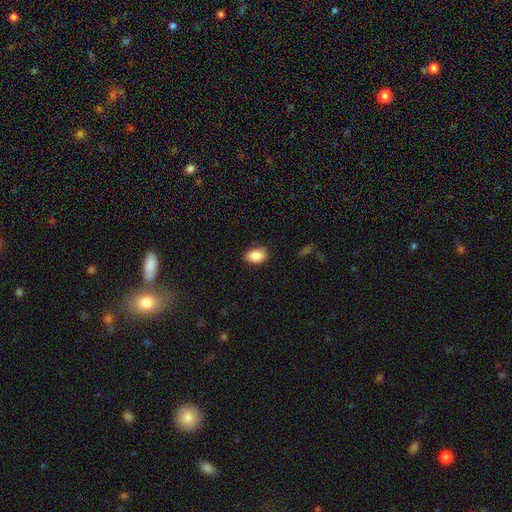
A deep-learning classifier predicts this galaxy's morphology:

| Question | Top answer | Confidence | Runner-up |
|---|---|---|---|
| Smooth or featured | smooth | 88% | star or artifact (7%) |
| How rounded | in between | 86% | round (13%) |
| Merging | none | 83% | minor disturbance (13%) |